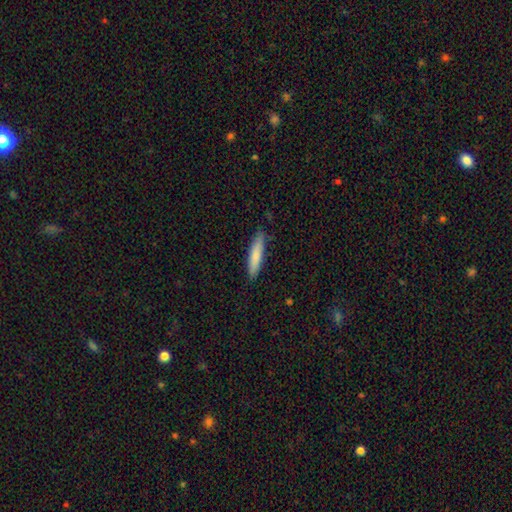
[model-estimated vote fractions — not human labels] This appears to be a smooth galaxy with no disk features (81%) that is cigar-shaped (84%). Merging: none (85%).